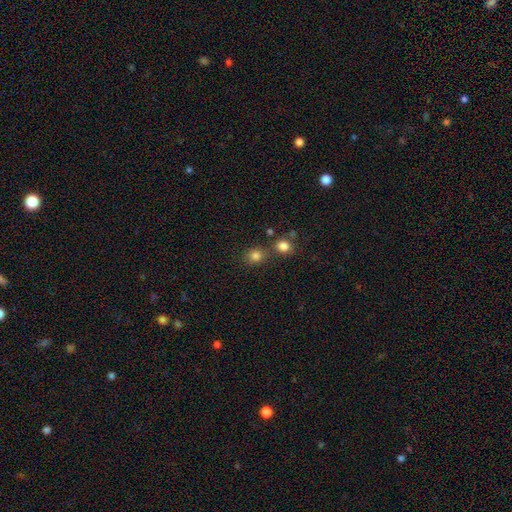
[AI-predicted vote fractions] Morphology: type=smooth (81%); roundness=round (75%); merging=none (65%).